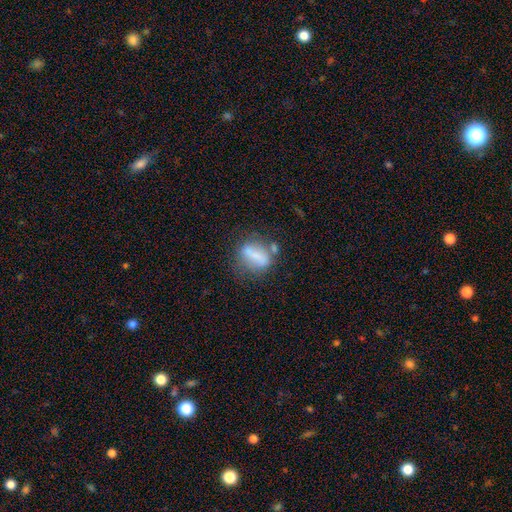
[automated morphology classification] This is possibly a smooth galaxy (58%). How rounded: likely in between (61%). Merging: possibly none (45%).